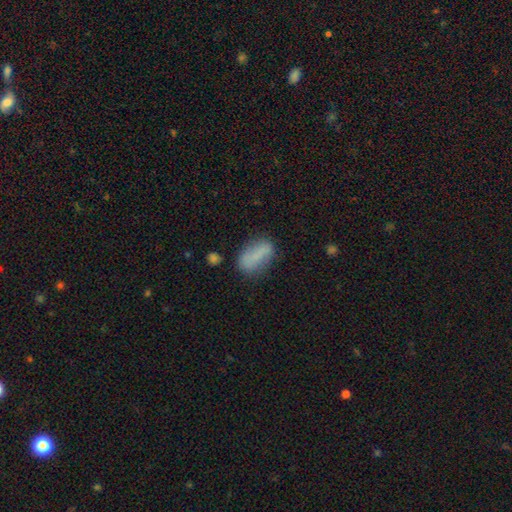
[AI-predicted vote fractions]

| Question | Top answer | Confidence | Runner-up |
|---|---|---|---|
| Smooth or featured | smooth | 76% | featured or disk (15%) |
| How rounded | in between | 82% | cigar-shaped (13%) |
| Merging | none | 66% | minor disturbance (21%) |